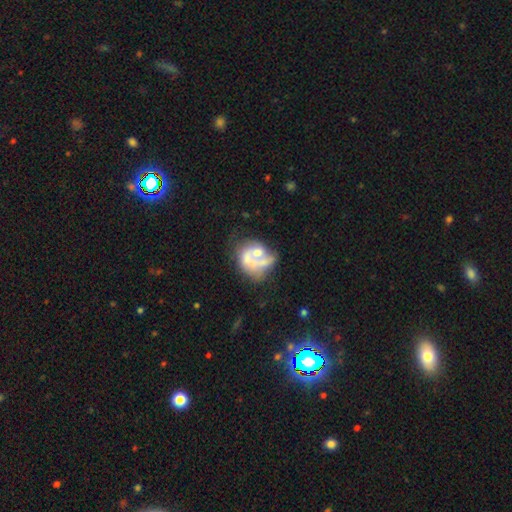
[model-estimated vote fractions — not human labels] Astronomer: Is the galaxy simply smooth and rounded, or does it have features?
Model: featured or disk — 57% (runner-up: smooth, 34%).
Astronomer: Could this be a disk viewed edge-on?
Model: no — 98%.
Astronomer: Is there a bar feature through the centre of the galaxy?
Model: no — 83%.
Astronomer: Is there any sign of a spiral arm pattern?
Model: no — 65%.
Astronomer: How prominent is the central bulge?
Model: moderate — 42% (runner-up: small, 24%).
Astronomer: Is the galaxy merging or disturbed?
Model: merger — 36% (runner-up: major disturbance, 26%).